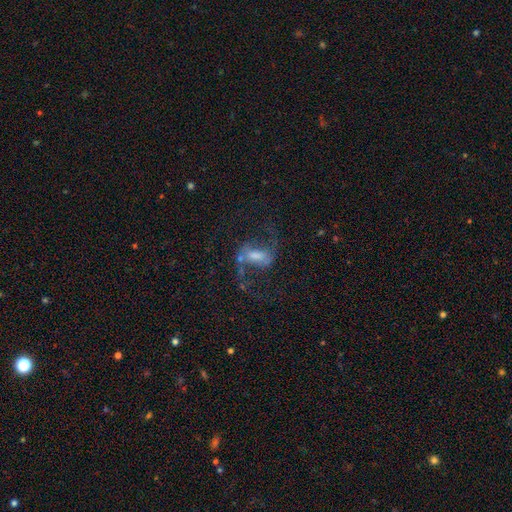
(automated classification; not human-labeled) Morphology: type=featured or disk (78%); edge-on=no (95%); bar=weak (45%); spiral arms=yes (92%); winding=loose (62%); arm count=2 (91%); bulge=moderate (41%); merging=none (63%).